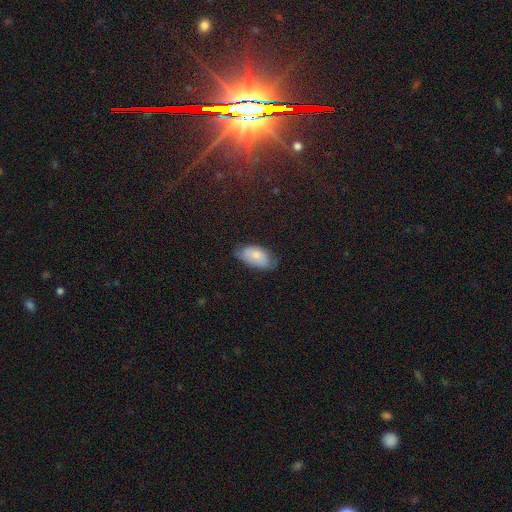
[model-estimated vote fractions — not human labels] A smooth galaxy with no disk features (71%) that is in between round and cigar-shaped (94%).

Vote fractions:
- Smooth or featured? smooth: 71% / featured or disk: 21% / star or artifact: 8%
- How rounded? in between: 94% / round: 4% / cigar-shaped: 2%
- Merging? none: 55% / minor disturbance: 35% / major disturbance: 9% / merger: 2%